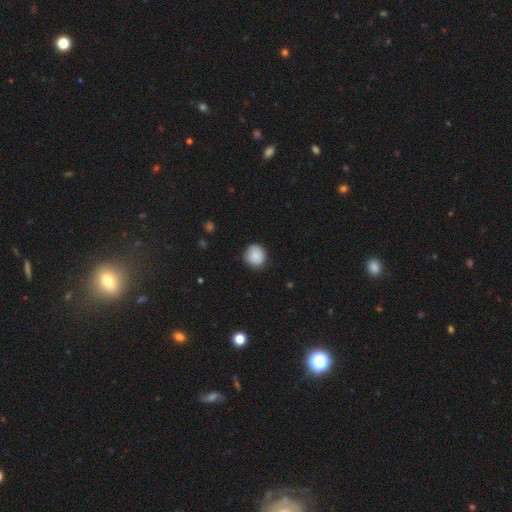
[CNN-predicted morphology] smooth 86%, star or artifact 8%, featured or disk 6%. Down the decision tree: how rounded — round (89%); merging — none (84%).